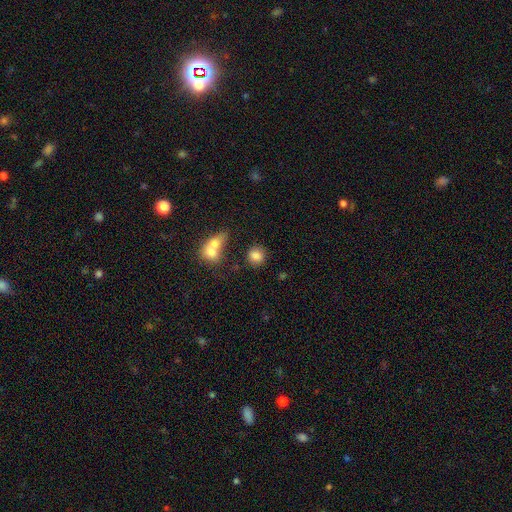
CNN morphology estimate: This appears to be a smooth galaxy with no disk features (82%) that is round (75%). Merging: none (67%).